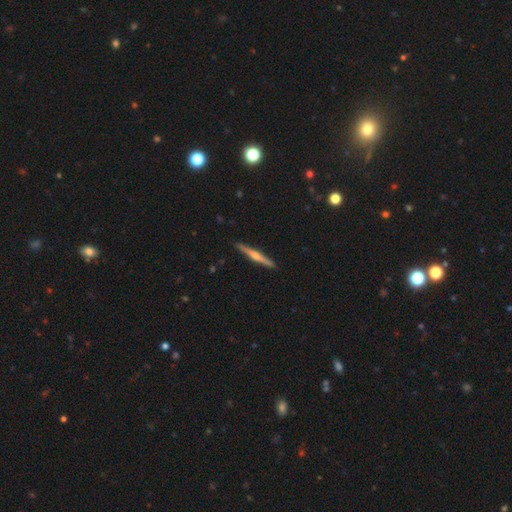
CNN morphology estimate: type=featured or disk (69%); edge-on=yes (98%); edge-on bulge=rounded (86%); merging=none (92%).